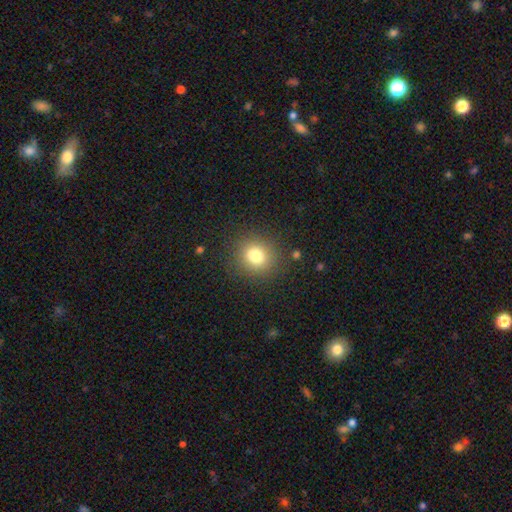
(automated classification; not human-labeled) Morphology: type=smooth (79%); roundness=round (79%); merging=none (85%).